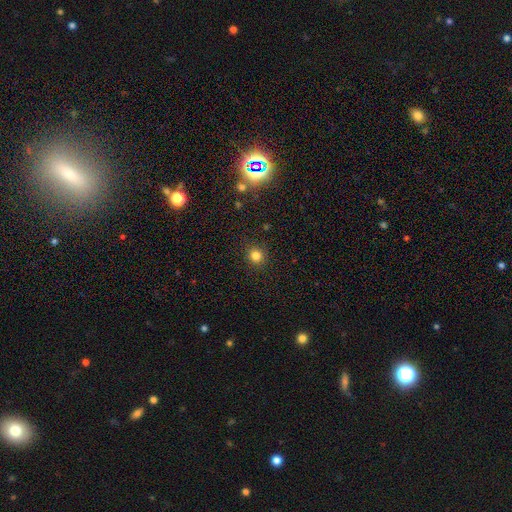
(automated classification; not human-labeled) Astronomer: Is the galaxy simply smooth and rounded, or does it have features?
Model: smooth — 81%.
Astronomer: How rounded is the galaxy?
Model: round — 90%.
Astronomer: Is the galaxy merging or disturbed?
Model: none — 90%.